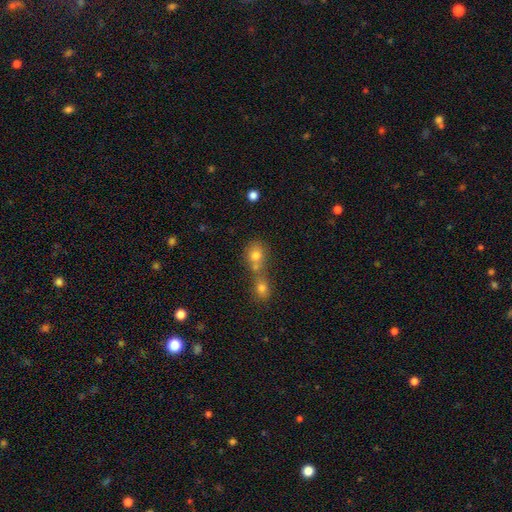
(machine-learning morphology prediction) smooth-or-featured: smooth: 75% | star or artifact: 13% | featured or disk: 12%
  how-rounded: round: 78% | in between: 21% | cigar-shaped: 1%
  merging: merger: 57% | none: 34% | minor disturbance: 7% | major disturbance: 3%